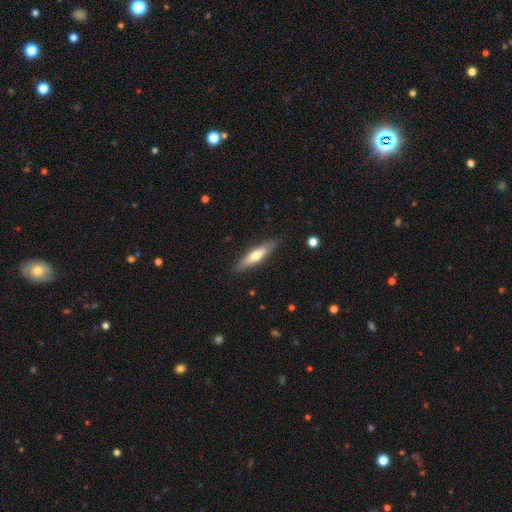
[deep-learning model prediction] Smooth or featured? smooth (57%)
How rounded? cigar-shaped (76%)
Merging? none (86%)